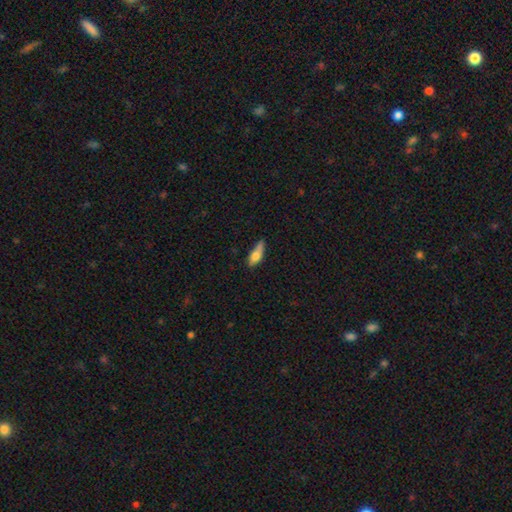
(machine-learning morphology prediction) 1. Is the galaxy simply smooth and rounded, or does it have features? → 71% smooth, 23% featured or disk, 7% star or artifact.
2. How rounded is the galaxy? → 57% in between, 41% cigar-shaped, 3% round.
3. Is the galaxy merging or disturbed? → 57% none, 32% minor disturbance, 7% major disturbance, 3% merger.